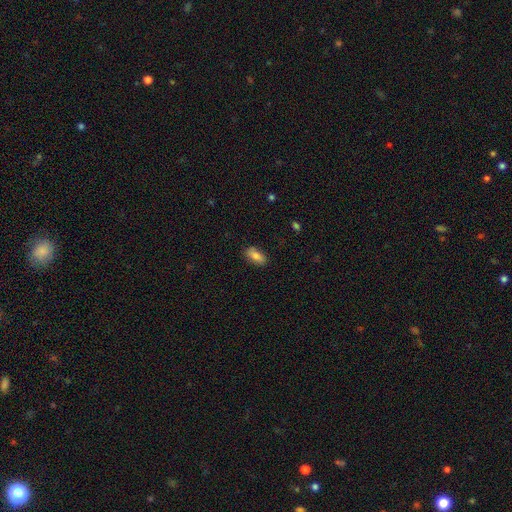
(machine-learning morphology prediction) smooth_or_featured: smooth (p=0.82) [alt: featured or disk p=0.10]
how_rounded: in between (p=0.88) [alt: cigar-shaped p=0.08]
merging: none (p=0.83) [alt: minor disturbance p=0.13]